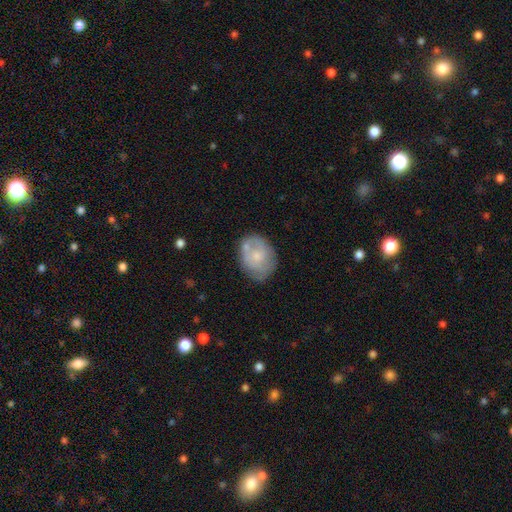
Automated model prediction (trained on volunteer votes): Overall: smooth (52%; featured or disk 41%). How rounded: in between (57%; round 42%). Merging: none (61%; minor disturbance 25%).